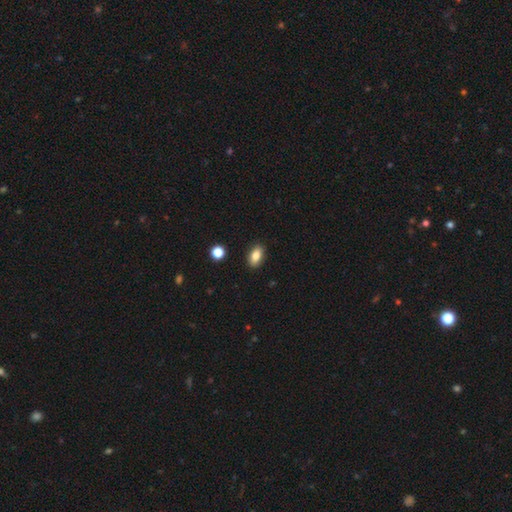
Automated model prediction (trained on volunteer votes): The model was most divided on "smooth or featured": smooth: 83%, featured or disk: 9%, star or artifact: 8%. More confident: merging — none (89%); how rounded — in between (88%).